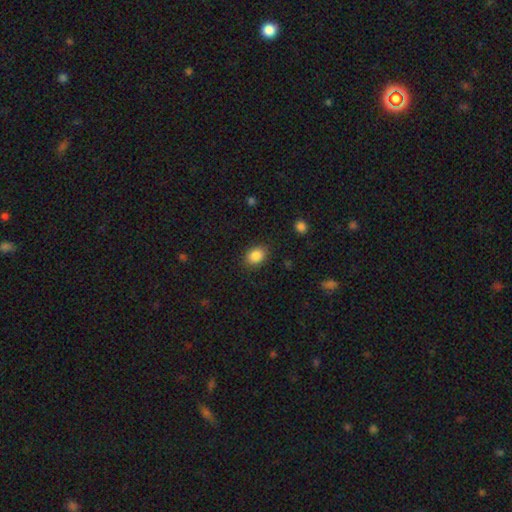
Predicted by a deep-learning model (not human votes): Smooth or featured? smooth (87%)
How rounded? in between (69%)
Merging? none (85%)